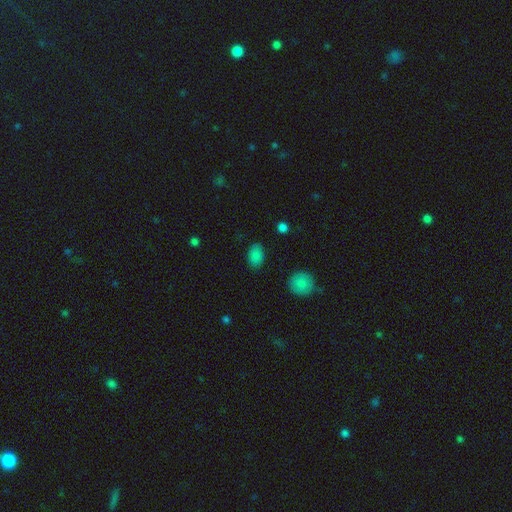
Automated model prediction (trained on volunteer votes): Smooth or featured? smooth (86%)
How rounded? in between (85%)
Merging? none (85%)